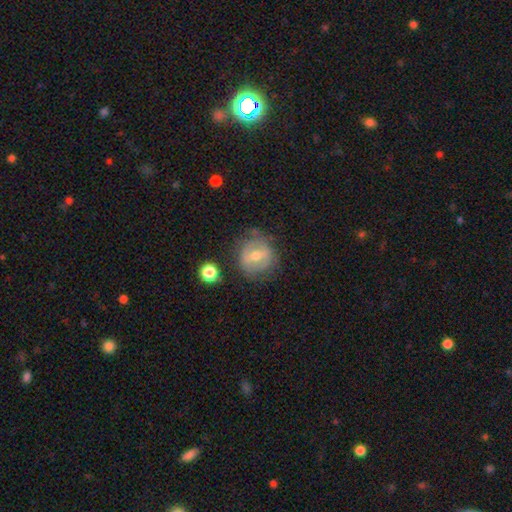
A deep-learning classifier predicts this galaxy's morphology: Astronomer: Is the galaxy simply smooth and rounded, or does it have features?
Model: featured or disk — 53% (runner-up: smooth, 39%).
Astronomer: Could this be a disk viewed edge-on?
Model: no — 94%.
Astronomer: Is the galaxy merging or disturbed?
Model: none — 72%.